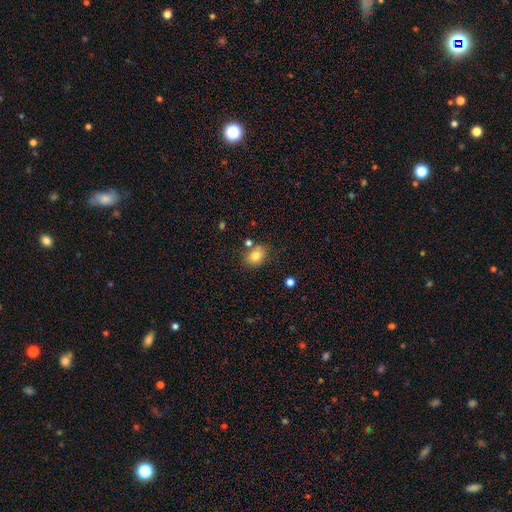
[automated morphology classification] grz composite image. It shows a smooth galaxy with no disk features (80%) that is in between round and cigar-shaped (58%). Merging: none (66%).